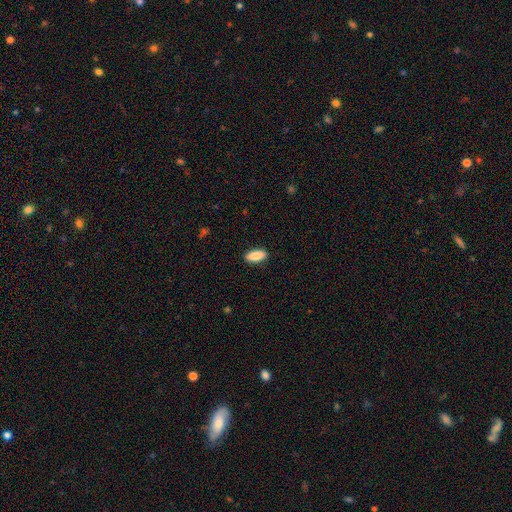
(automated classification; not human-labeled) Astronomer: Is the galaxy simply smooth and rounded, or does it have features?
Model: smooth — 86%.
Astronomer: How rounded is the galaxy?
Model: in between — 85%.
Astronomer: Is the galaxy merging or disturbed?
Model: none — 90%.